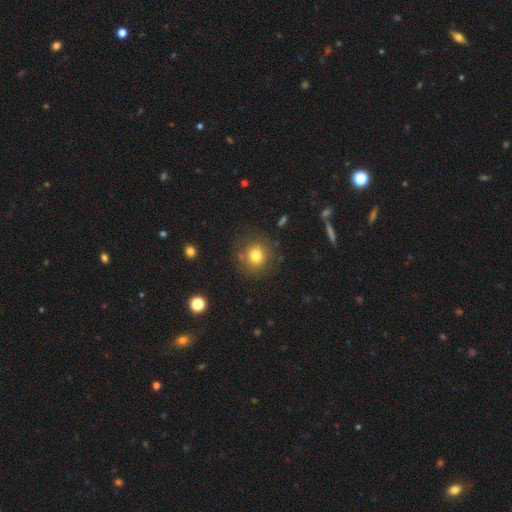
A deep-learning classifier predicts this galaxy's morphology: This is likely a smooth galaxy (78%). How rounded: clearly round (89%). Merging: clearly none (82%).